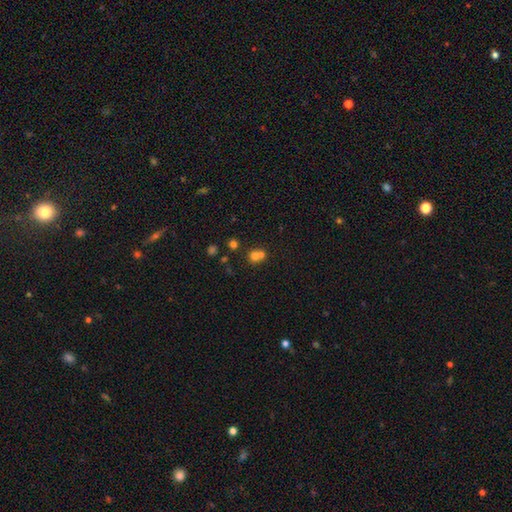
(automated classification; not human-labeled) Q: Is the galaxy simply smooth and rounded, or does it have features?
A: smooth — 70%.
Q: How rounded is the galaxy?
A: round — 83%.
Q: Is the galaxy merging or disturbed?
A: merger — 53%.